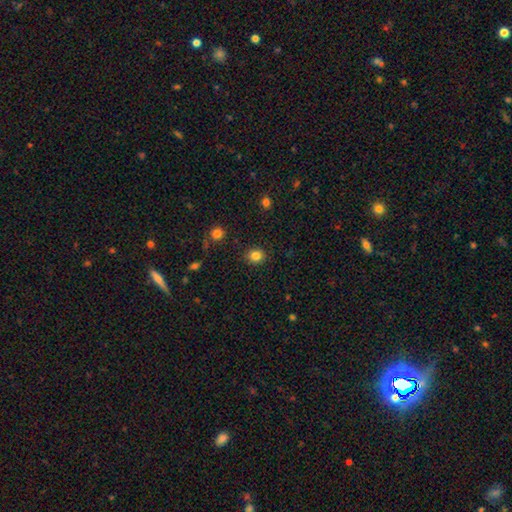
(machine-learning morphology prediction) Overall: smooth (84%). How rounded: round (72%). Merging: none (88%).